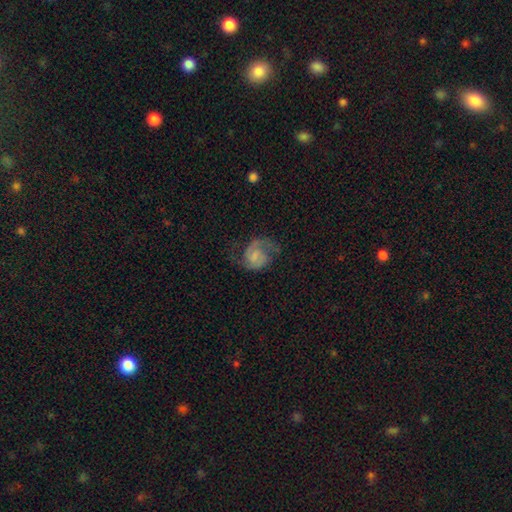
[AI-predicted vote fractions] Smooth or featured?
  - featured or disk: 68% *
  - smooth: 25%
  - star or artifact: 8%
Edge-on disk?
  - no: 98% *
  - yes: 2%
Bar?
  - no: 50% *
  - weak: 42%
  - strong: 7%
Spiral arms?
  - yes: 91% *
  - no: 9%
Spiral winding?
  - medium: 48% *
  - loose: 29%
  - tight: 23%
Spiral arm count?
  - 2: 76% *
  - 1: 12%
  - can't tell: 8%
  - 3: 2%
  - 4: 1%
  - more than 4: 1%
Bulge size?
  - none: 39% *
  - small: 31%
  - moderate: 22%
  - large: 6%
  - dominant: 2%
Merging?
  - none: 53% *
  - minor disturbance: 23%
  - major disturbance: 22%
  - merger: 2%